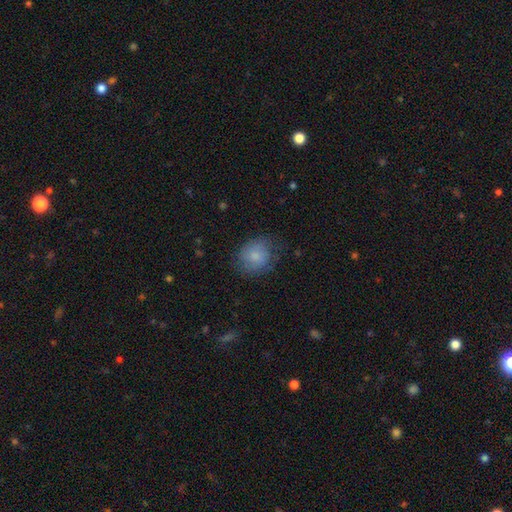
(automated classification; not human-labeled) Morphology: type=smooth (78%); roundness=round (71%); merging=none (66%).